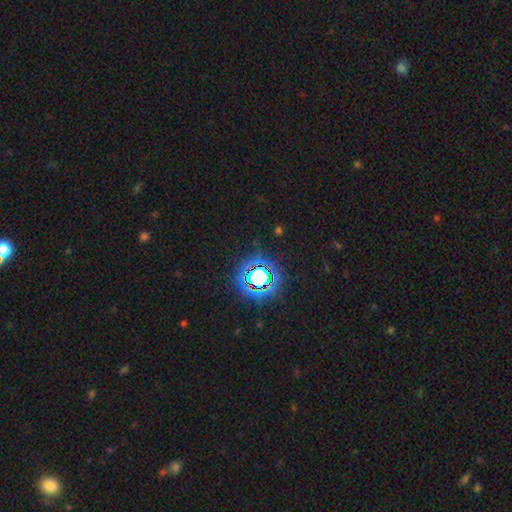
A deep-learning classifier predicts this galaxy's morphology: Smooth or featured?
  - star or artifact: 79% *
  - smooth: 14%
  - featured or disk: 7%